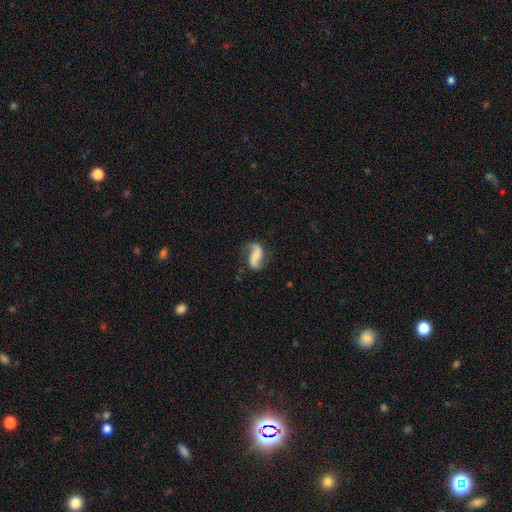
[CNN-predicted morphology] smooth_or_featured: featured or disk (p=0.75) [alt: smooth p=0.18]
disk_edge_on: no (p=0.97) [alt: yes p=0.03]
bar: no (p=0.41) [alt: weak p=0.33]
has_spiral_arms: yes (p=0.94) [alt: no p=0.06]
spiral_winding: loose (p=0.70) [alt: medium p=0.24]
spiral_arm_count: 2 (p=0.90) [alt: 1 p=0.05]
bulge_size: none (p=0.43) [alt: small p=0.30]
merging: none (p=0.68) [alt: minor disturbance p=0.18]